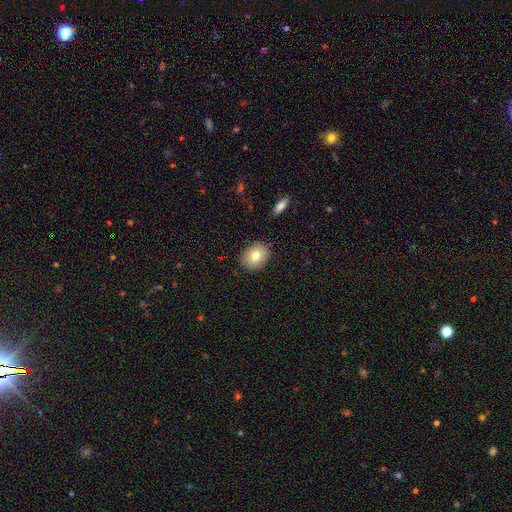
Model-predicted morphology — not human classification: Q: Smooth or featured?
A: smooth (78%); runner-up: featured or disk (14%)
Q: How rounded?
A: round (51%); runner-up: in between (48%)
Q: Merging?
A: none (88%); runner-up: minor disturbance (9%)